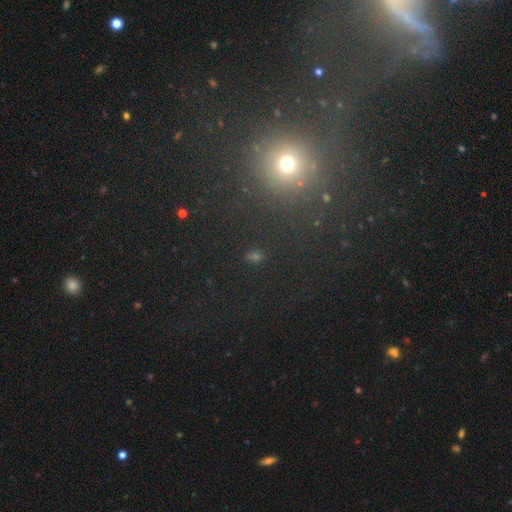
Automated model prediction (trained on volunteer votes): The model was most divided on "smooth or featured": smooth: 49%, star or artifact: 41%, featured or disk: 10%. More confident: merging — none (81%).